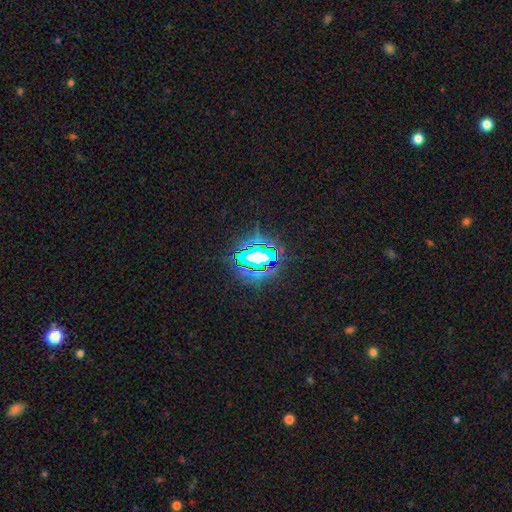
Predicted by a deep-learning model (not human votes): Overall: star or artifact (71%).